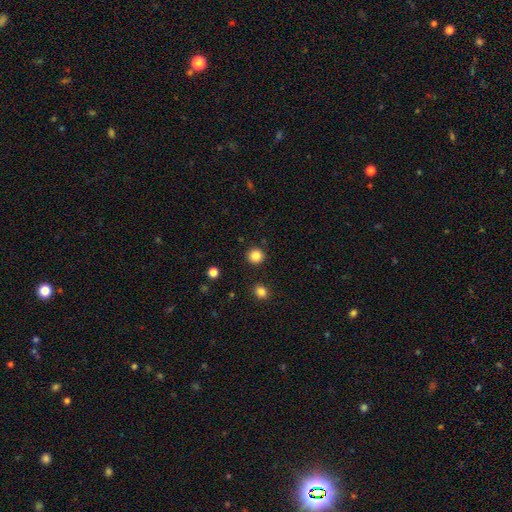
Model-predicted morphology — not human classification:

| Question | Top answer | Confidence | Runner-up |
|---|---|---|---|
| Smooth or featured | smooth | 85% | star or artifact (11%) |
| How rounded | round | 93% | in between (6%) |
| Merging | none | 92% | minor disturbance (5%) |